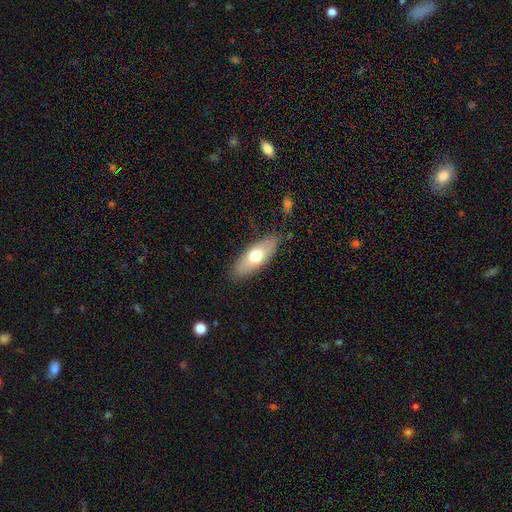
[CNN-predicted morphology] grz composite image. It shows a smooth galaxy with no disk features (65%) that is in between round and cigar-shaped (73%). Merging: none (83%).